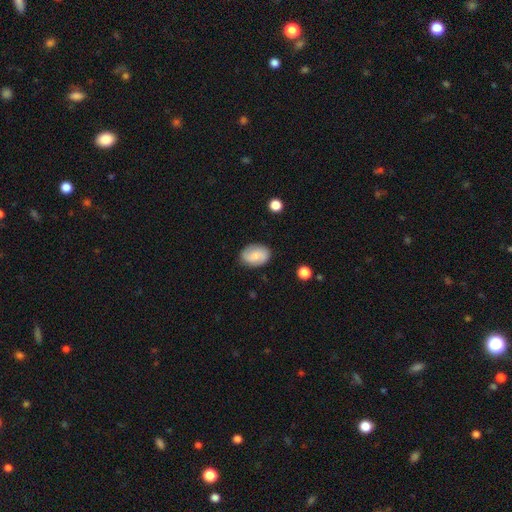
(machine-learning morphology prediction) A smooth galaxy with no disk features (65%) that is in between round and cigar-shaped (81%).

Vote fractions:
- Smooth or featured? smooth: 65% / featured or disk: 27% / star or artifact: 8%
- How rounded? in between: 81% / round: 18% / cigar-shaped: 1%
- Merging? none: 83% / minor disturbance: 13% / major disturbance: 3% / merger: 1%